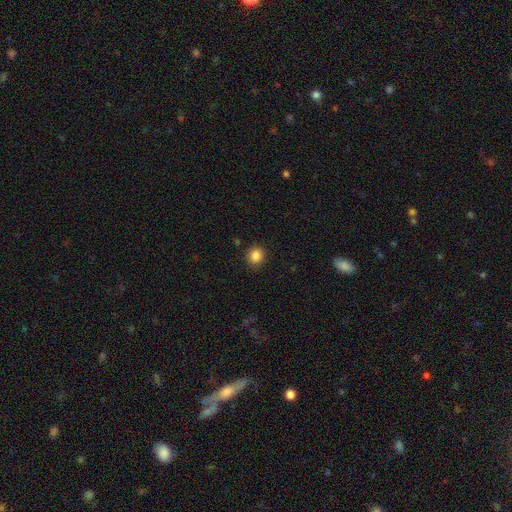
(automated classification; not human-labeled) Overall: smooth (85%). How rounded: round (89%). Merging: none (90%).